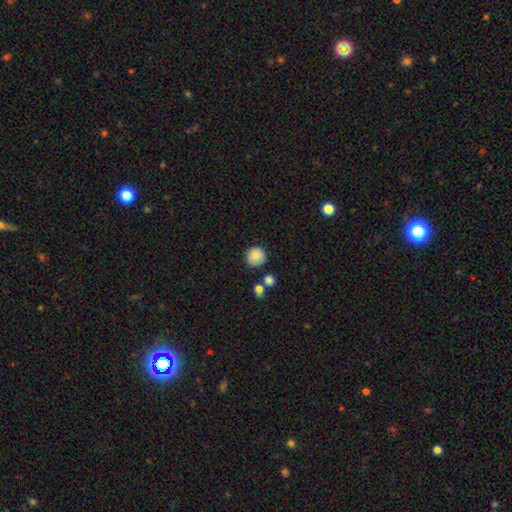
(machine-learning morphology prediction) Smooth or featured? smooth (86%)
How rounded? round (93%)
Merging? none (83%)